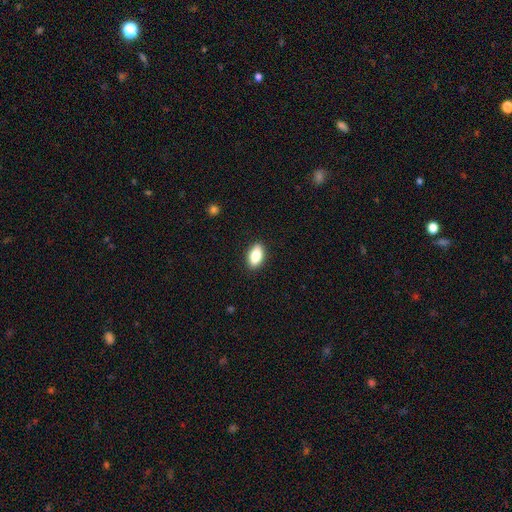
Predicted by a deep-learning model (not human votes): Smooth or featured: smooth — 84% (featured or disk — 9%)
How rounded: in between — 89% (round — 5%)
Merging: none — 89% (minor disturbance — 8%)